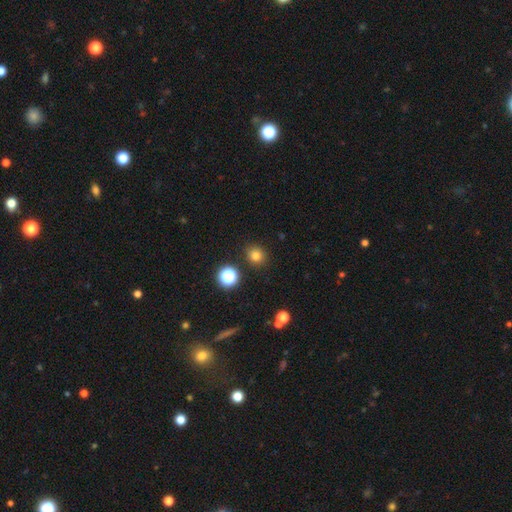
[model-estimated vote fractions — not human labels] Smooth or featured? smooth (79%)
How rounded? round (85%)
Merging? none (87%)